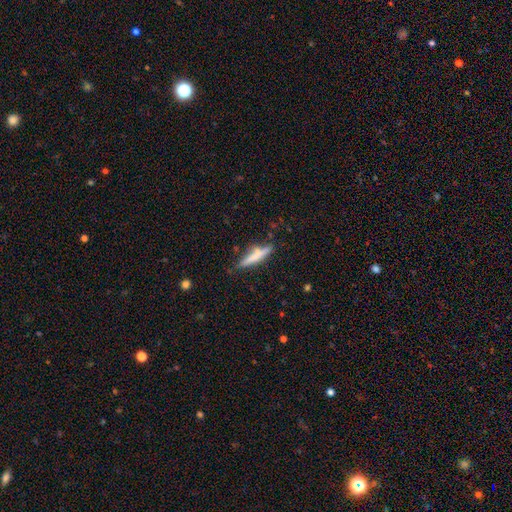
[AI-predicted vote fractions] Overall: smooth (59%; featured or disk 34%). How rounded: cigar-shaped (87%). Merging: none (68%).